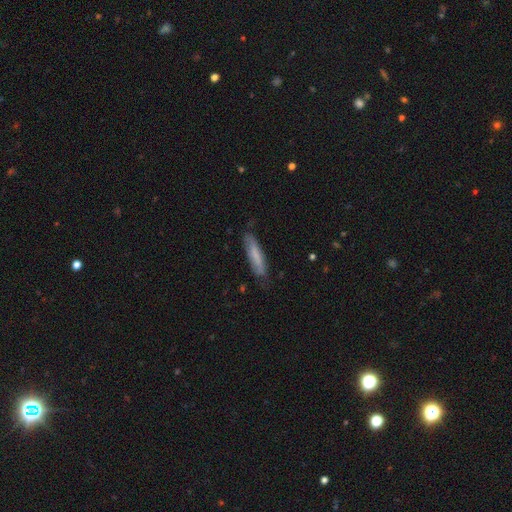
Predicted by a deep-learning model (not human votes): Q: Smooth or featured?
A: smooth (69%); runner-up: featured or disk (25%)
Q: How rounded?
A: cigar-shaped (82%); runner-up: in between (17%)
Q: Merging?
A: none (78%); runner-up: minor disturbance (17%)